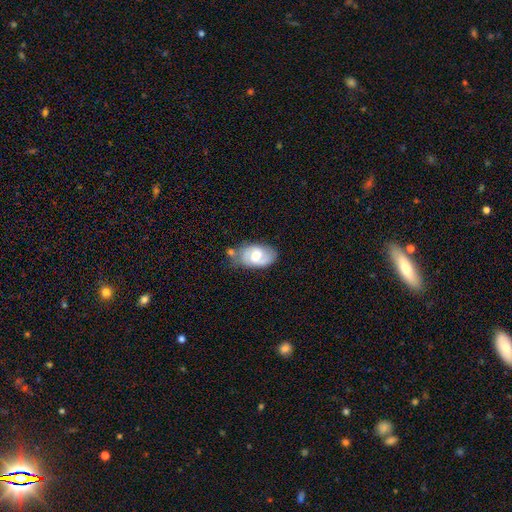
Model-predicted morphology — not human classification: featured or disk 58%, smooth 35%, star or artifact 6%. Down the decision tree: edge-on disk — no (95%); bar — weak (51%); spiral arms — yes (77%); bulge size — moderate (67%); merging — none (56%).